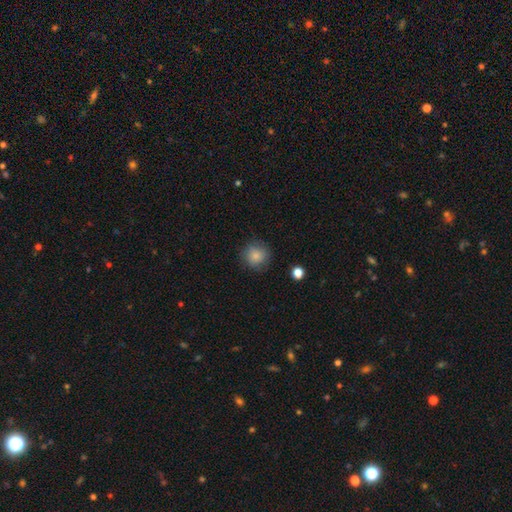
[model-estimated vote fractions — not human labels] This is clearly a smooth galaxy (84%). How rounded: clearly round (92%). Merging: clearly none (84%).